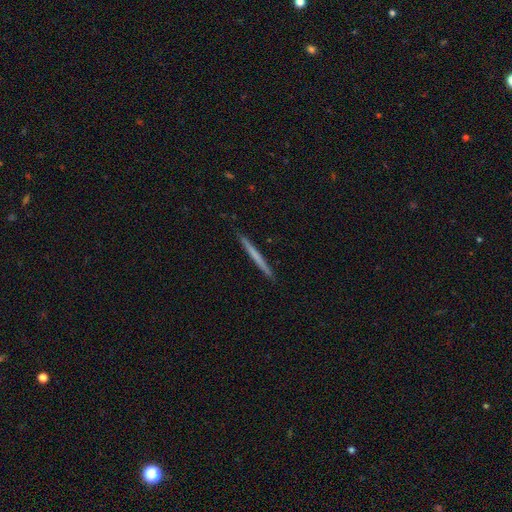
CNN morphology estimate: Smooth or featured?
  - smooth: 54% *
  - featured or disk: 41%
  - star or artifact: 5%
How rounded?
  - cigar-shaped: 97% *
  - in between: 1%
  - round: 1%
Merging?
  - none: 92% *
  - minor disturbance: 5%
  - major disturbance: 1%
  - merger: 1%